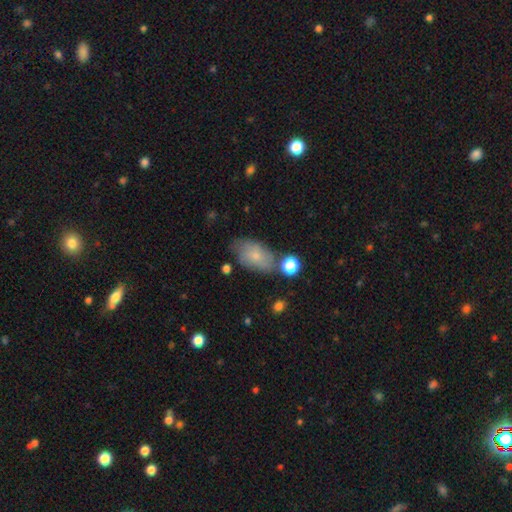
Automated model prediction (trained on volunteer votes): Smooth or featured? Predicted: smooth (p=0.68). How rounded? Predicted: in between (p=0.91). Merging? Predicted: none (p=0.61).